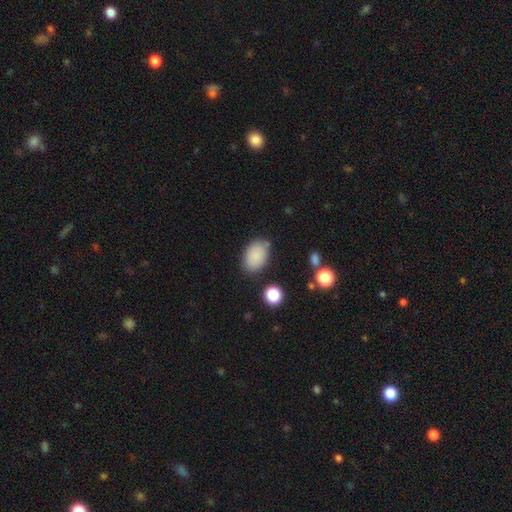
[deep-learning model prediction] A smooth galaxy with no disk features (87%) that is in between round and cigar-shaped (89%).

Vote fractions:
- Smooth or featured? smooth: 87% / star or artifact: 8% / featured or disk: 5%
- How rounded? in between: 89% / round: 9% / cigar-shaped: 1%
- Merging? none: 78% / minor disturbance: 16% / major disturbance: 4% / merger: 3%